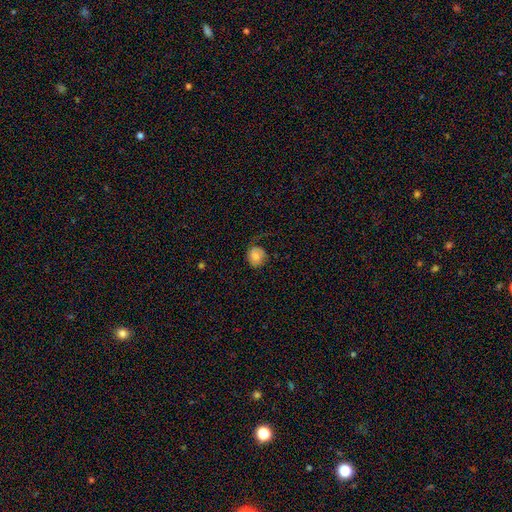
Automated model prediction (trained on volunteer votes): This is likely a smooth galaxy (72%). How rounded: likely round (76%). Merging: possibly none (53%).